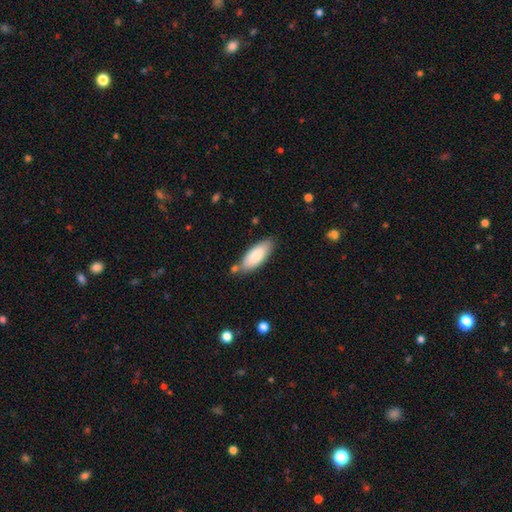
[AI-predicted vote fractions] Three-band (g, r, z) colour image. It shows a smooth galaxy with no disk features (83%) that is in between round and cigar-shaped (75%). Merging: none (71%).